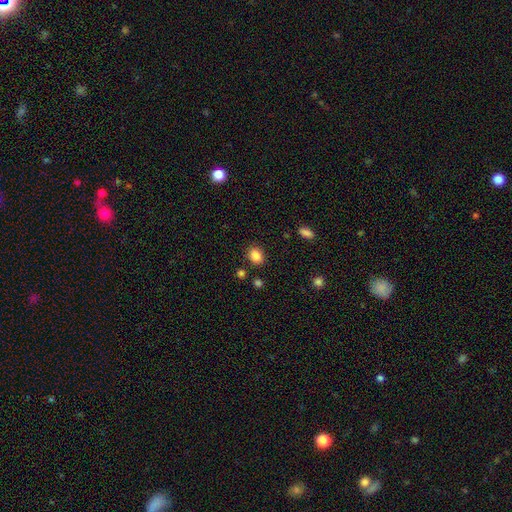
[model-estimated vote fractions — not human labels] This appears to be a smooth galaxy with no disk features (86%) that is in between round and cigar-shaped (59%). Merging: none (84%).